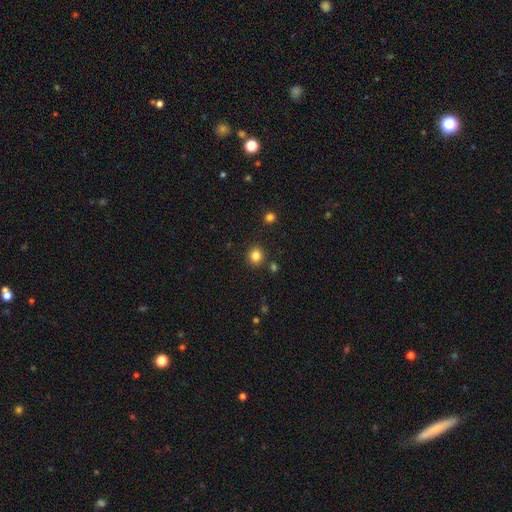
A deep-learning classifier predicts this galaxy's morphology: type=smooth (83%); roundness=round (85%); merging=none (87%).